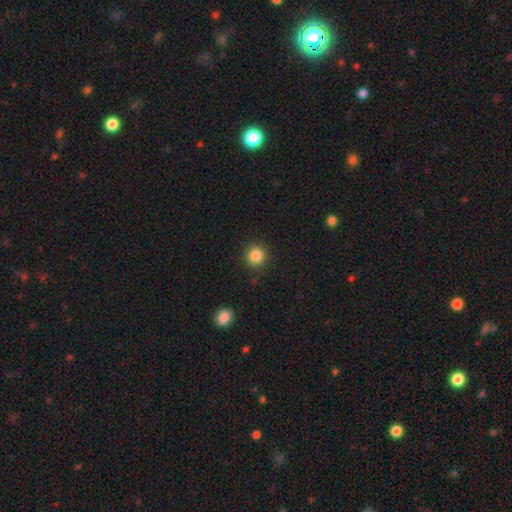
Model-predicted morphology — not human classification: Overall: smooth (85%). How rounded: round (94%). Merging: none (89%).